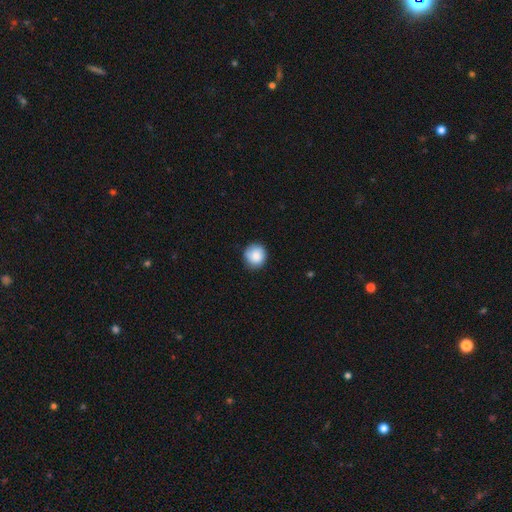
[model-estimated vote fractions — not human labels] Smooth or featured? smooth (86%)
How rounded? round (92%)
Merging? none (84%)